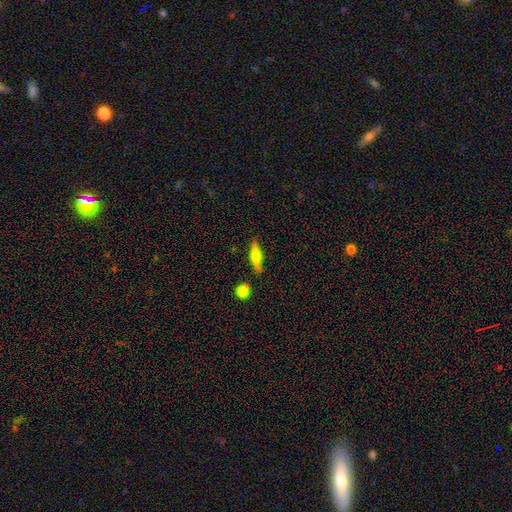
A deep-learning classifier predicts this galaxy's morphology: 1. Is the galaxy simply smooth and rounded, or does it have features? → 63% smooth, 30% featured or disk, 7% star or artifact.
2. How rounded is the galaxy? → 71% cigar-shaped, 27% in between, 2% round.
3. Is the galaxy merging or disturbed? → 79% none, 14% minor disturbance, 4% merger, 3% major disturbance.